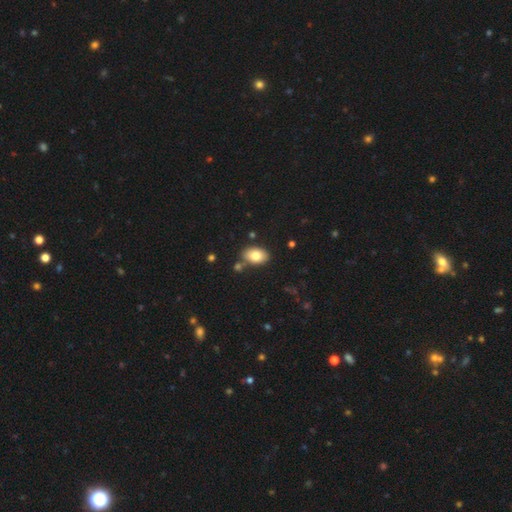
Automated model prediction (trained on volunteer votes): smooth 80%, featured or disk 12%, star or artifact 8%. Down the decision tree: how rounded — in between (89%); merging — none (77%).